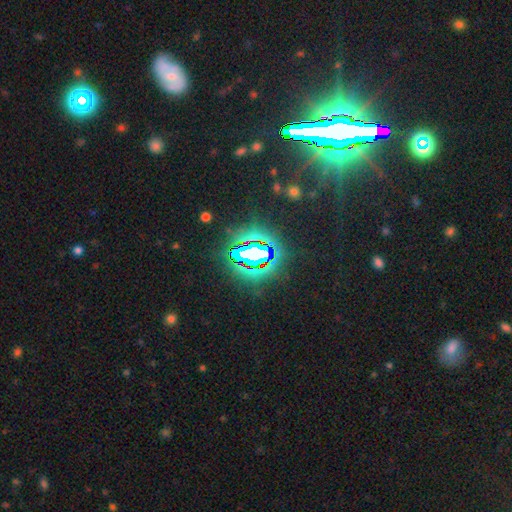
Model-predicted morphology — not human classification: Smooth or featured? star or artifact (78%)